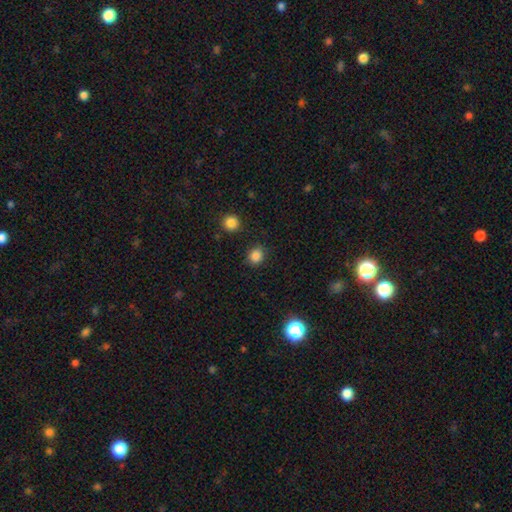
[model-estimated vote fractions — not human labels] smooth 85%, star or artifact 12%, featured or disk 4%. Down the decision tree: how rounded — round (78%); merging — none (86%).